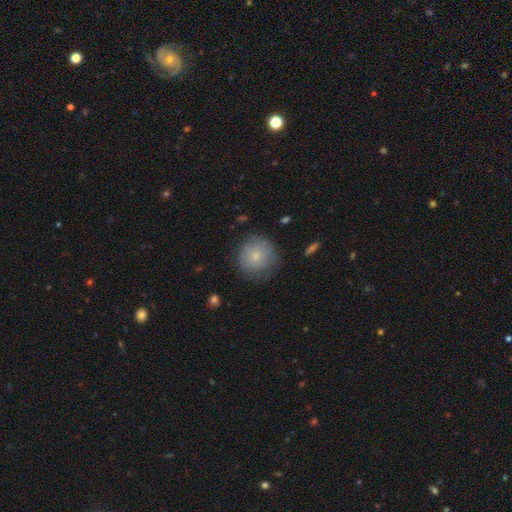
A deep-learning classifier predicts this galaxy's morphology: A smooth galaxy with no disk features (71%) that is round (91%).

Vote fractions:
- Smooth or featured? smooth: 71% / featured or disk: 21% / star or artifact: 8%
- How rounded? round: 91% / in between: 8% / cigar-shaped: 1%
- Merging? none: 69% / minor disturbance: 21% / major disturbance: 8% / merger: 2%